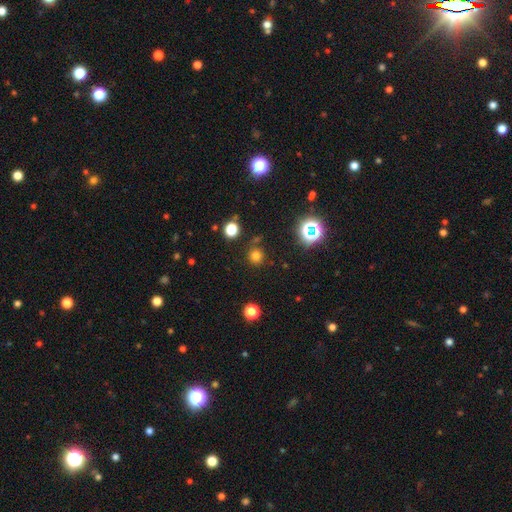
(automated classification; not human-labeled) This is likely a smooth galaxy (72%). How rounded: clearly round (92%). Merging: clearly none (81%).